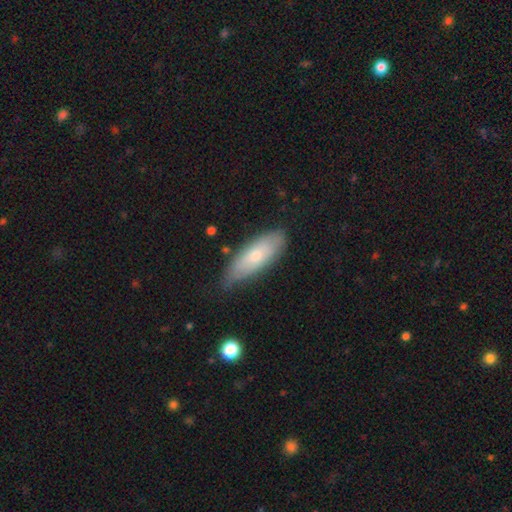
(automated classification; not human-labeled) Smooth or featured: smooth — 62% (featured or disk — 32%)
How rounded: in between — 68% (cigar-shaped — 30%)
Merging: none — 69% (minor disturbance — 25%)